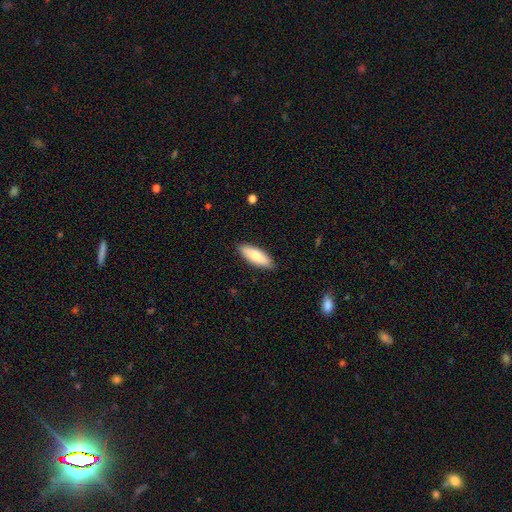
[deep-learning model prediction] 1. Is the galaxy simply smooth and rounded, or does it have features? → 78% smooth, 16% featured or disk, 5% star or artifact.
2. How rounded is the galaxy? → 57% in between, 42% cigar-shaped, 2% round.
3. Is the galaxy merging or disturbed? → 88% none, 9% minor disturbance, 2% major disturbance, 1% merger.